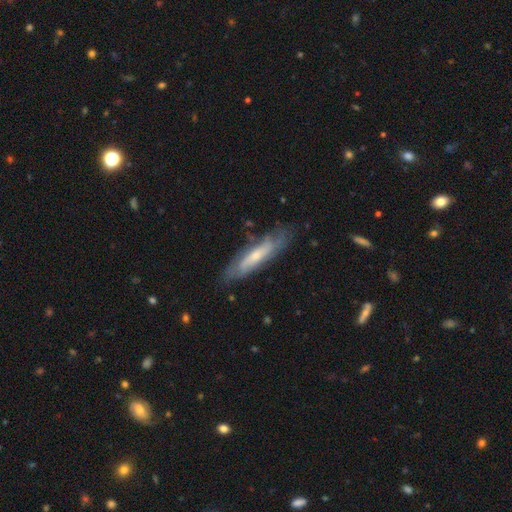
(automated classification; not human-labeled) Smooth or featured? featured or disk (57%)
Edge-on disk? no (52%)
Merging? none (72%)